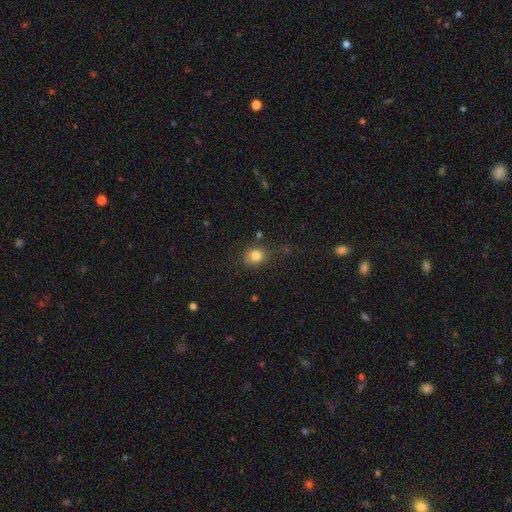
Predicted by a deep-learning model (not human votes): This is clearly a smooth galaxy (82%). How rounded: likely round (68%). Merging: likely none (75%).